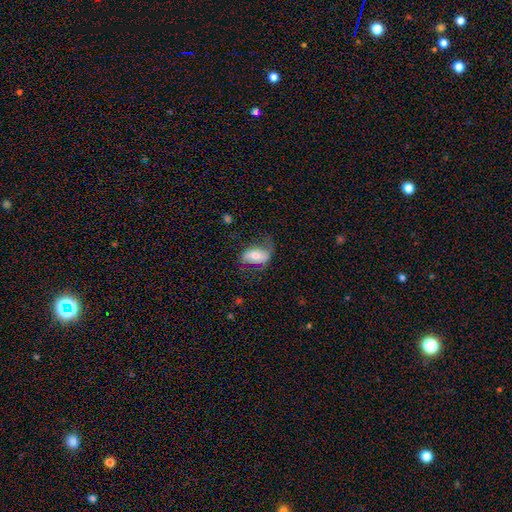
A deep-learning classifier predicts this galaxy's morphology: type=smooth (49%); merging=none (53%).